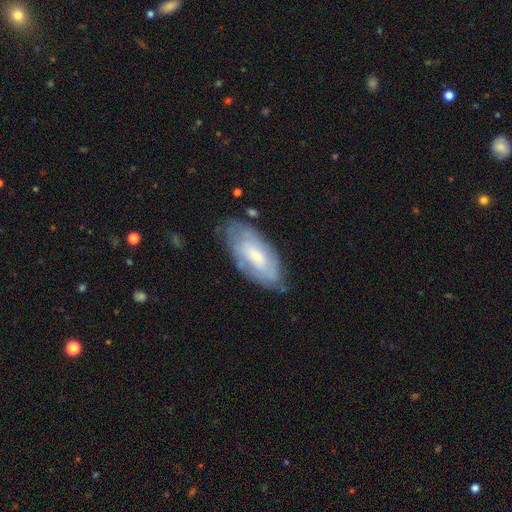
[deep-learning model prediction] smooth-or-featured: featured or disk: 54% | smooth: 40% | star or artifact: 6%
  disk-edge-on: no: 87% | yes: 13%
  merging: none: 70% | minor disturbance: 22% | major disturbance: 6% | merger: 2%